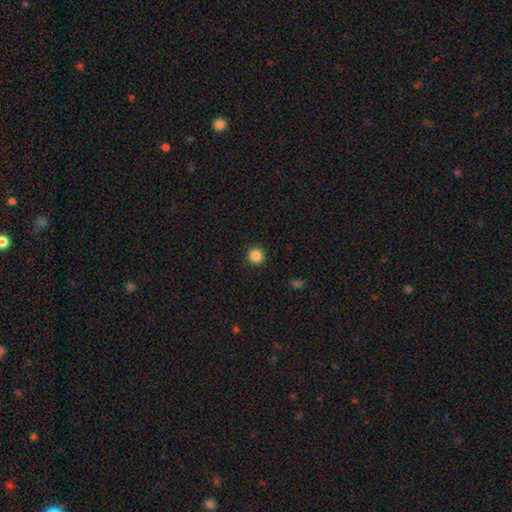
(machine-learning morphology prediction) Overall: smooth (85%). How rounded: round (96%). Merging: none (93%).